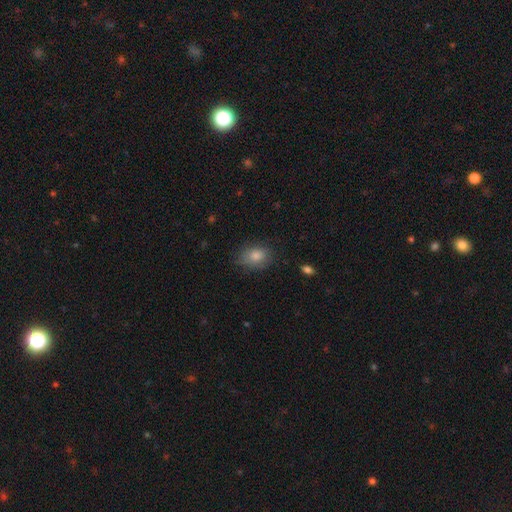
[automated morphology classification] This is clearly a smooth galaxy (81%). How rounded: possibly in between (57%). Merging: likely none (79%).